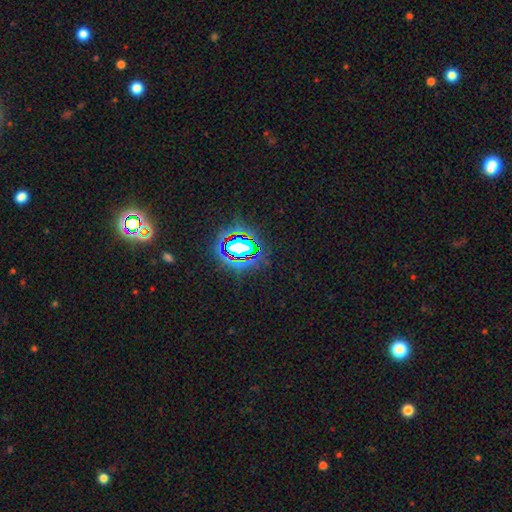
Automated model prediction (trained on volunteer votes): This is likely a star or artifact rather than a galaxy (79%).